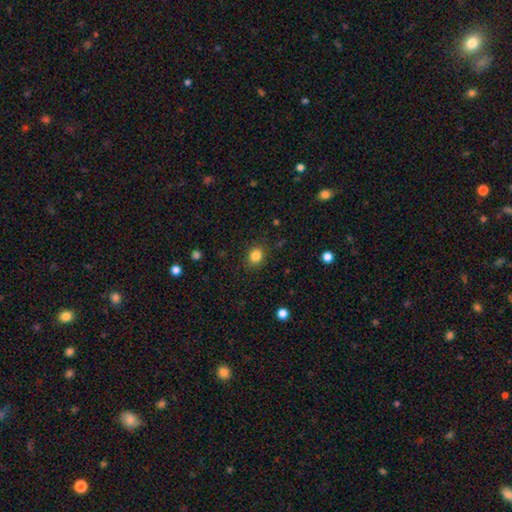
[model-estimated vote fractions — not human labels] Overall: smooth (85%). How rounded: round (60%; in between 39%). Merging: none (86%).